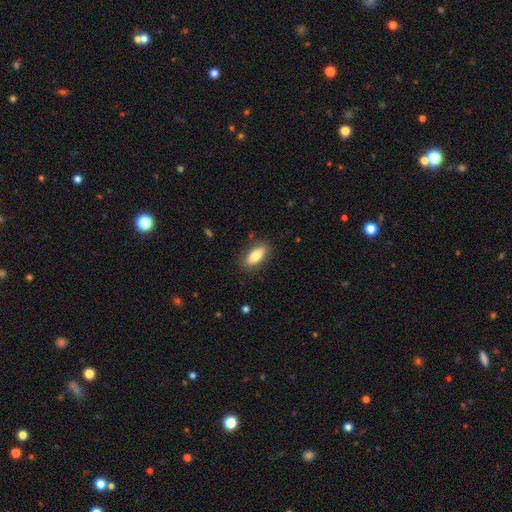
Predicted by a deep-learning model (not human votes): Smooth or featured: smooth — 78% (featured or disk — 16%)
How rounded: in between — 87% (cigar-shaped — 10%)
Merging: none — 85% (minor disturbance — 11%)